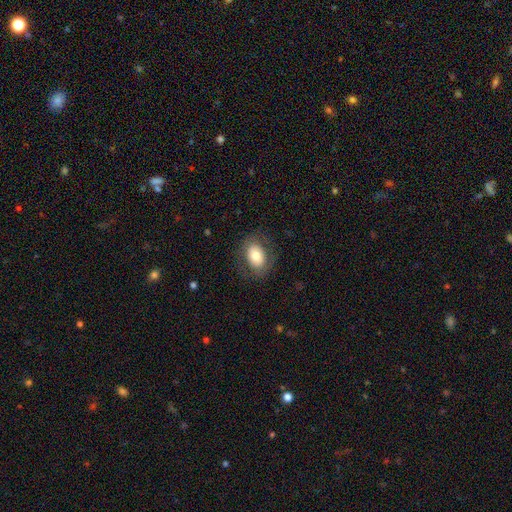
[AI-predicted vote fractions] Smooth or featured? smooth (74%)
How rounded? in between (79%)
Merging? none (79%)